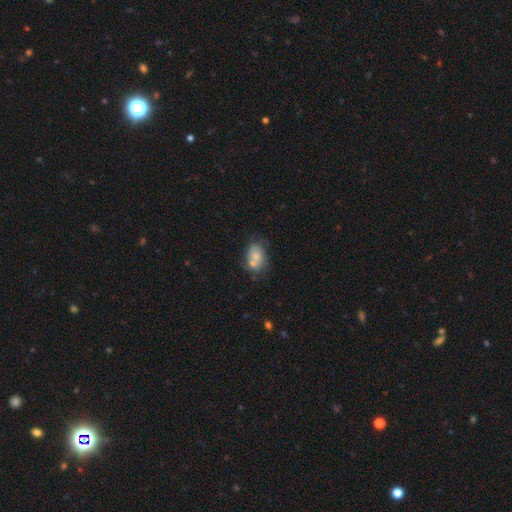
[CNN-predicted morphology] A smooth galaxy with no disk features (68%) that is in between round and cigar-shaped (80%). Merging: none (48%).